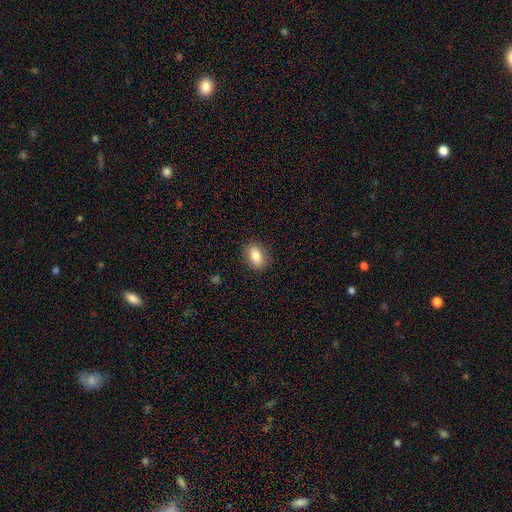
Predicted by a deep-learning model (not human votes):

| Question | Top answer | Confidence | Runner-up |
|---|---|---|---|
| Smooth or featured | smooth | 83% | featured or disk (9%) |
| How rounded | in between | 80% | round (18%) |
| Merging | none | 87% | minor disturbance (9%) |